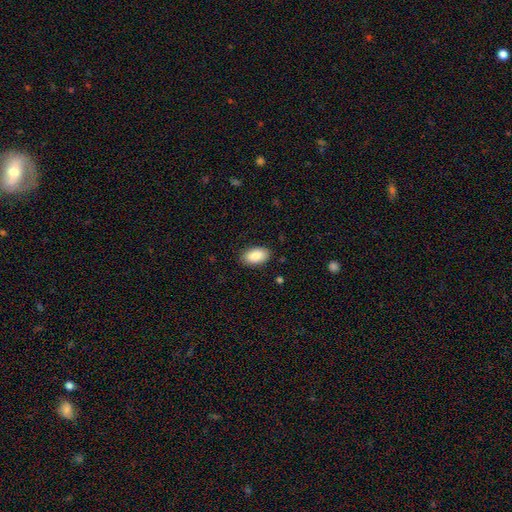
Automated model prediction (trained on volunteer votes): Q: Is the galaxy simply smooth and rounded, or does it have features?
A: smooth — 88%.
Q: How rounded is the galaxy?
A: in between — 94%.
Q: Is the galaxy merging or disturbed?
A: none — 87%.